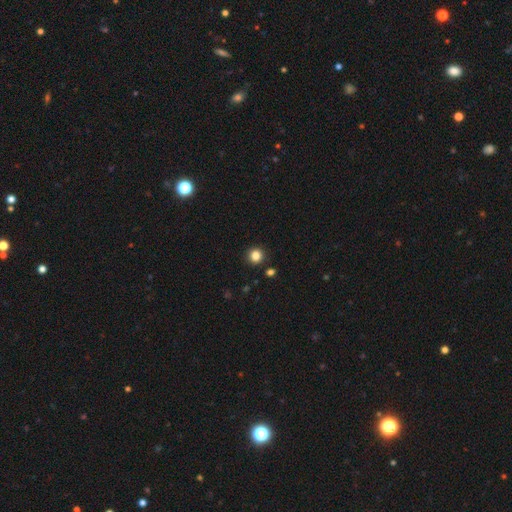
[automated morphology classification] Smooth or featured: smooth — 84% (star or artifact — 12%)
How rounded: round — 92% (in between — 7%)
Merging: none — 90% (minor disturbance — 6%)